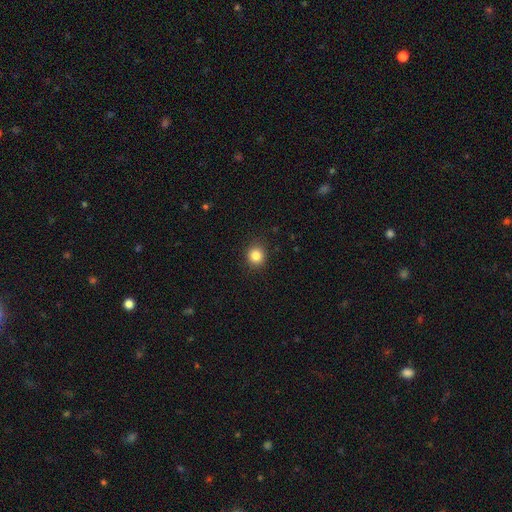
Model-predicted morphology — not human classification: This is clearly a smooth galaxy (84%). How rounded: clearly round (87%). Merging: clearly none (89%).